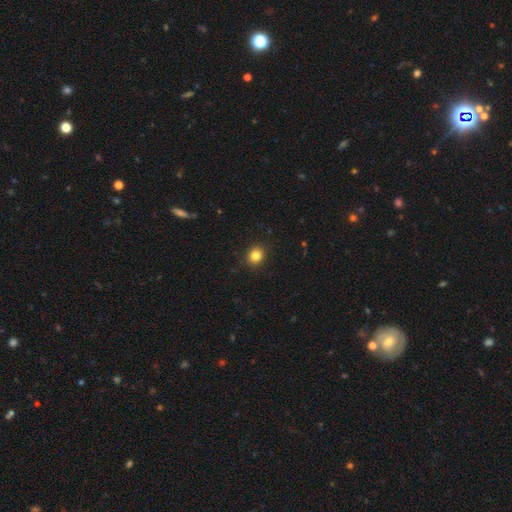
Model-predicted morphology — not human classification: A smooth galaxy with no disk features (83%) that is round (83%). Merging: none (92%).